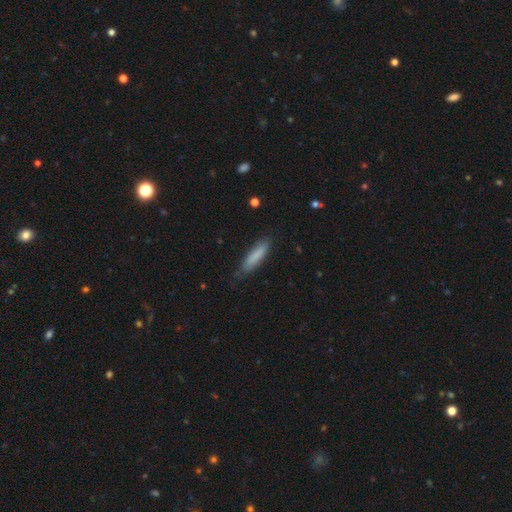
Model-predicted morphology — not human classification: Q: Smooth or featured?
A: smooth (81%); runner-up: featured or disk (13%)
Q: How rounded?
A: cigar-shaped (77%); runner-up: in between (22%)
Q: Merging?
A: none (78%); runner-up: minor disturbance (18%)